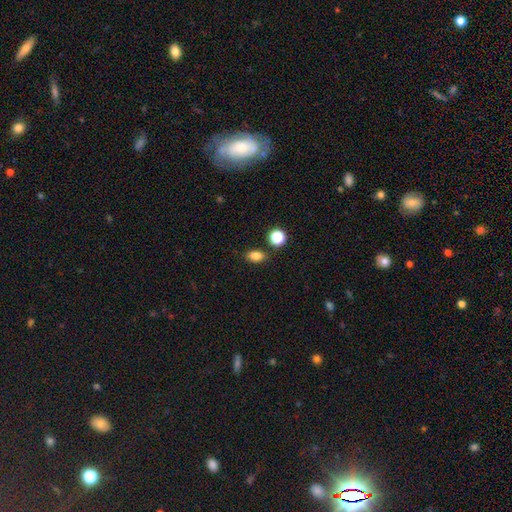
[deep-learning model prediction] This is clearly a smooth galaxy (82%). How rounded: clearly in between (81%). Merging: clearly none (83%).